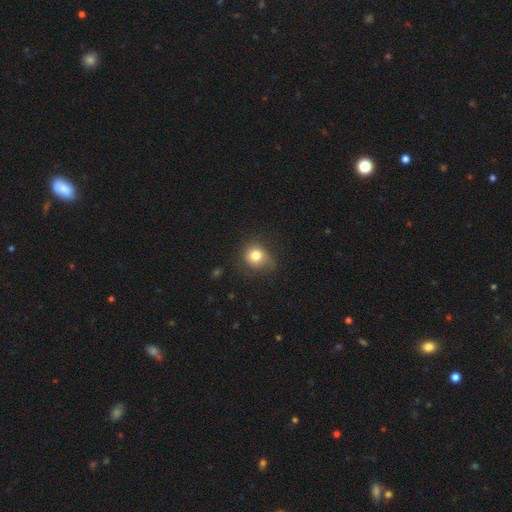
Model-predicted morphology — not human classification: Overall: smooth (79%). How rounded: round (73%). Merging: none (60%; minor disturbance 28%).